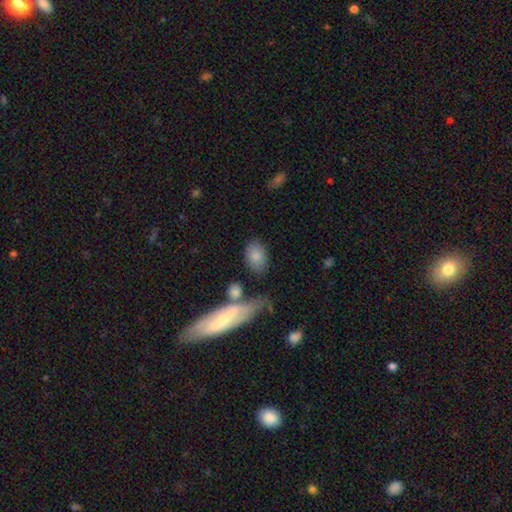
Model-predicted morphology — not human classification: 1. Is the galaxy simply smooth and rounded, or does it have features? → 79% smooth, 14% featured or disk, 7% star or artifact.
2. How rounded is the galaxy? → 86% in between, 11% round, 3% cigar-shaped.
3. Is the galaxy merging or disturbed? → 68% none, 14% minor disturbance, 11% merger, 6% major disturbance.